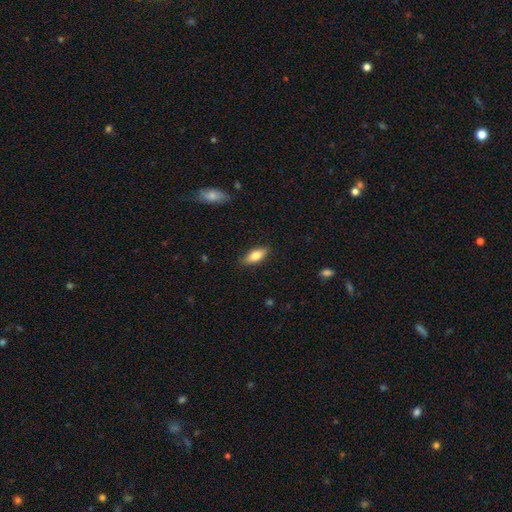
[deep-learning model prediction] This is likely a smooth galaxy (74%). How rounded: likely in between (76%). Merging: clearly none (87%).